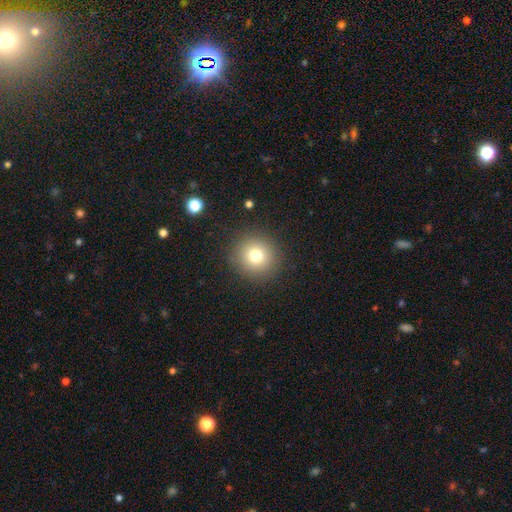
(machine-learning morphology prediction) smooth-or-featured: smooth: 75% | star or artifact: 14% | featured or disk: 11%
  how-rounded: round: 93% | in between: 6% | cigar-shaped: 1%
  merging: none: 90% | minor disturbance: 6% | major disturbance: 3% | merger: 1%